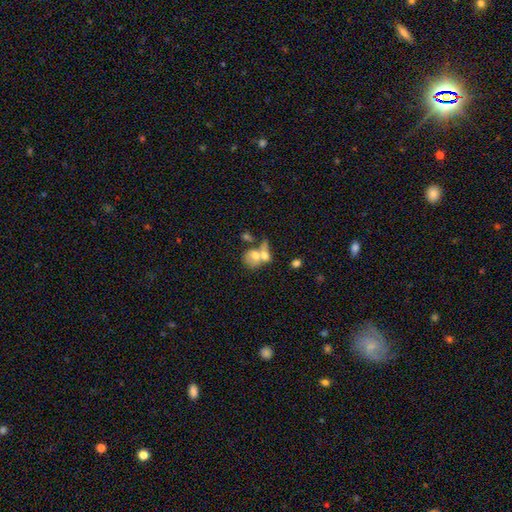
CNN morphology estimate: A smooth galaxy with no disk features (64%) that is round (53%).

Vote fractions:
- Smooth or featured? smooth: 64% / featured or disk: 28% / star or artifact: 8%
- How rounded? round: 53% / in between: 44% / cigar-shaped: 2%
- Merging? merger: 65% / none: 20% / minor disturbance: 8% / major disturbance: 7%